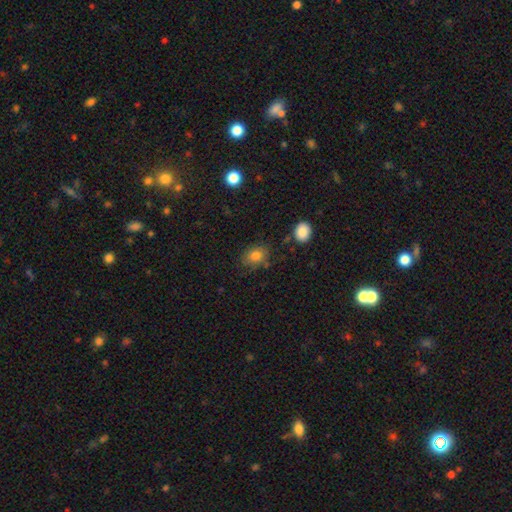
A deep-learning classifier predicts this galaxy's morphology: Smooth or featured?
  - smooth: 79% *
  - star or artifact: 11%
  - featured or disk: 11%
How rounded?
  - in between: 58% *
  - round: 41%
  - cigar-shaped: 1%
Merging?
  - none: 73% *
  - minor disturbance: 18%
  - major disturbance: 5%
  - merger: 3%